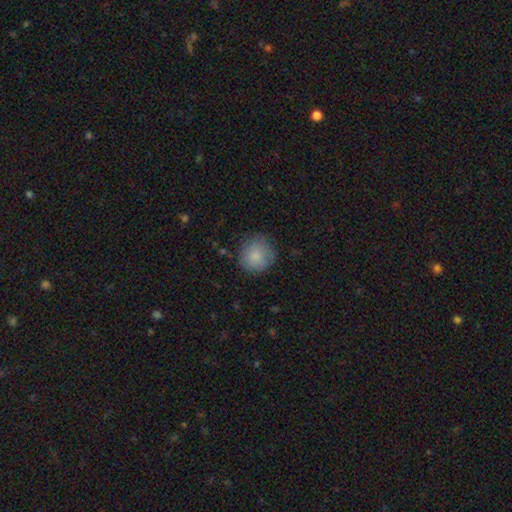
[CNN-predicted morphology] smooth_or_featured: smooth (p=0.84) [alt: featured or disk p=0.09]
how_rounded: round (p=0.90) [alt: in between p=0.09]
merging: none (p=0.76) [alt: minor disturbance p=0.18]